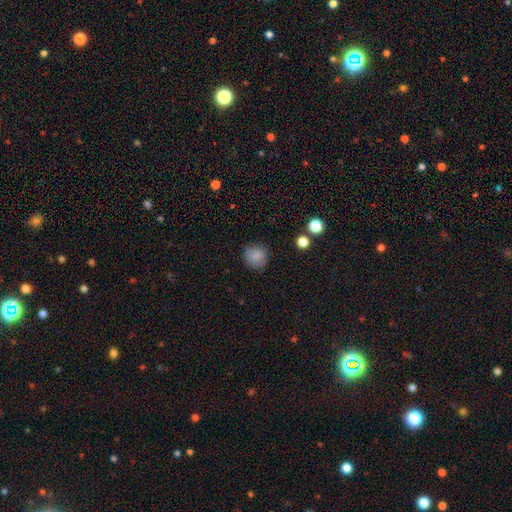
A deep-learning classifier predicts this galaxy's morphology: This is clearly a smooth galaxy (83%). How rounded: clearly round (85%). Merging: likely none (80%).